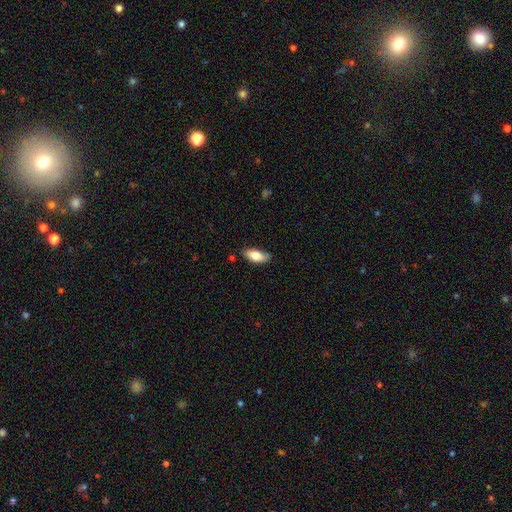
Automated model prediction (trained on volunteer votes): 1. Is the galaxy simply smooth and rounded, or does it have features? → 77% smooth, 17% featured or disk, 6% star or artifact.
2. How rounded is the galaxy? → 82% in between, 15% cigar-shaped, 2% round.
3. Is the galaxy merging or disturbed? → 76% none, 19% minor disturbance, 3% major disturbance, 2% merger.